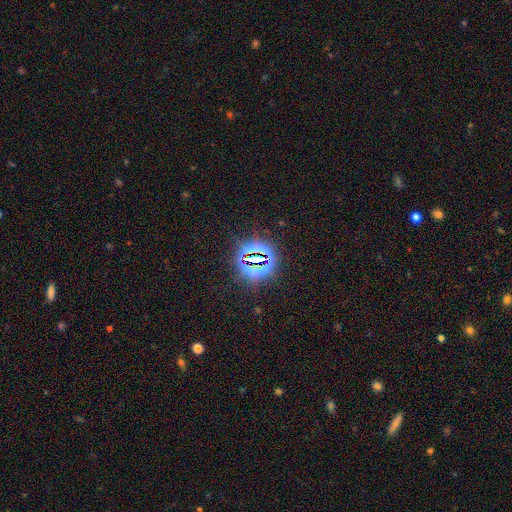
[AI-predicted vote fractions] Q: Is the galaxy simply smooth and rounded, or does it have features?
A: star or artifact — 79%.